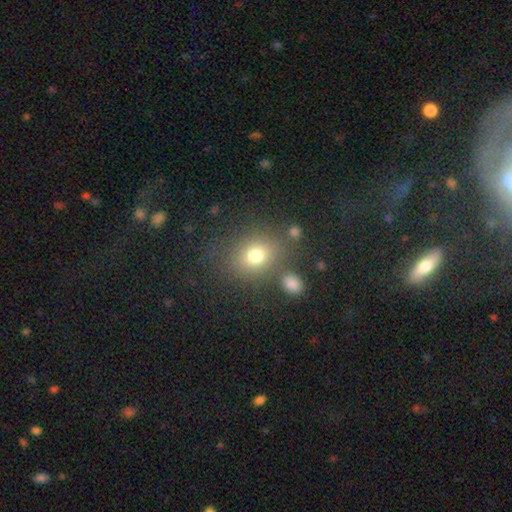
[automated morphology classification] Smooth or featured?
  - smooth: 75% *
  - star or artifact: 14%
  - featured or disk: 11%
How rounded?
  - round: 54% *
  - in between: 44%
  - cigar-shaped: 1%
Merging?
  - none: 73% *
  - minor disturbance: 13%
  - merger: 8%
  - major disturbance: 6%